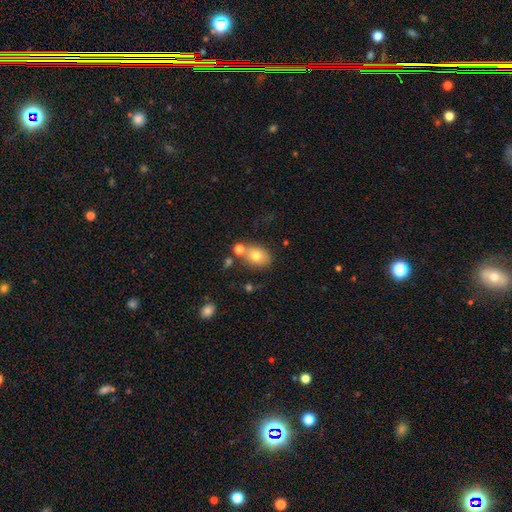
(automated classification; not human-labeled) Morphology: type=smooth (75%); roundness=in between (67%); merging=none (62%).